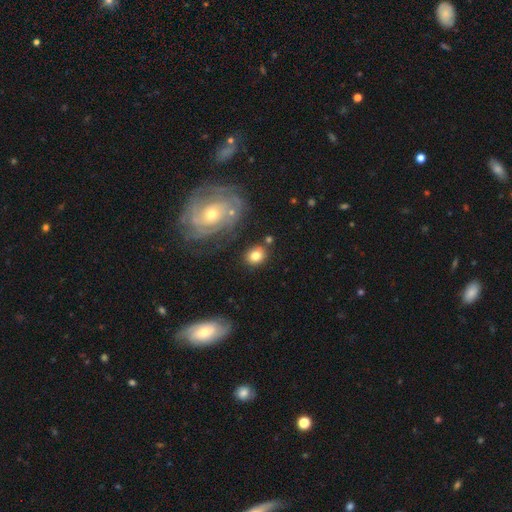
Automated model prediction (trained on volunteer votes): The model was most divided on "how rounded": round: 59%, in between: 40%, cigar-shaped: 1%. More confident: merging — none (76%); smooth or featured — smooth (73%).